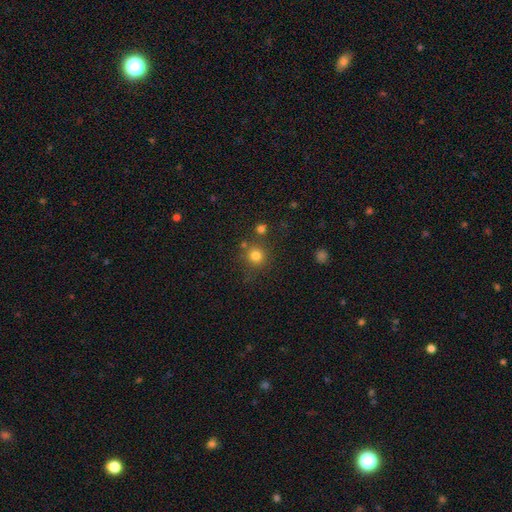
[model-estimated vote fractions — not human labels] Q: Smooth or featured?
A: smooth (79%); runner-up: star or artifact (15%)
Q: How rounded?
A: round (93%); runner-up: in between (6%)
Q: Merging?
A: none (76%); runner-up: minor disturbance (10%)